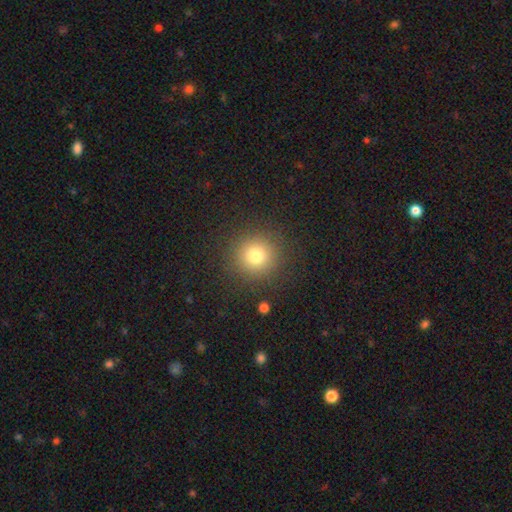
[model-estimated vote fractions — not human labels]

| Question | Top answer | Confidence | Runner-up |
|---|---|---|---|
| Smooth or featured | smooth | 77% | star or artifact (15%) |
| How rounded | round | 94% | in between (5%) |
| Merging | none | 89% | minor disturbance (7%) |